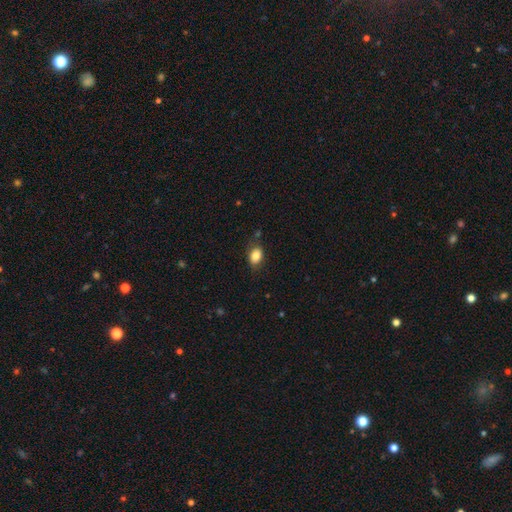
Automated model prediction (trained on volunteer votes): smooth-or-featured: smooth: 84% | star or artifact: 9% | featured or disk: 8%
  how-rounded: in between: 80% | round: 19% | cigar-shaped: 1%
  merging: none: 75% | minor disturbance: 19% | major disturbance: 4% | merger: 2%